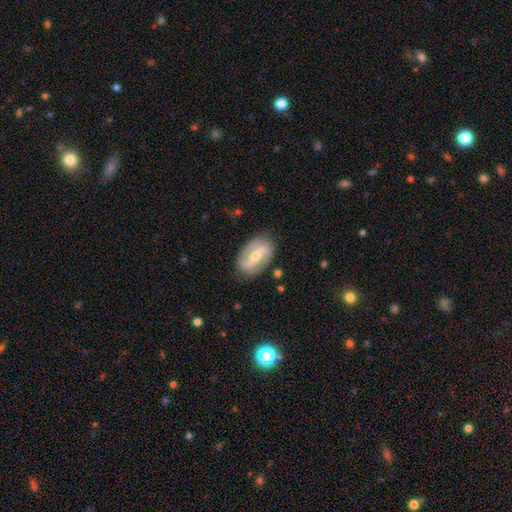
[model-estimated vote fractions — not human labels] Overall: featured or disk (72%). Edge-on disk: no (95%). Bar: weak (42%; strong 34%). Spiral arms: yes (85%). Spiral arm count: 2 (88%). Spiral winding: loose (43%; medium 37%). Bulge size: moderate (51%; small 45%). Merging: none (82%).